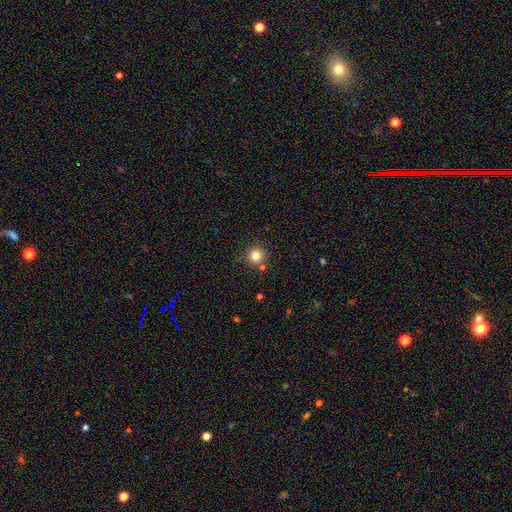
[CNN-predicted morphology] Smooth or featured? smooth (80%)
How rounded? round (95%)
Merging? none (83%)